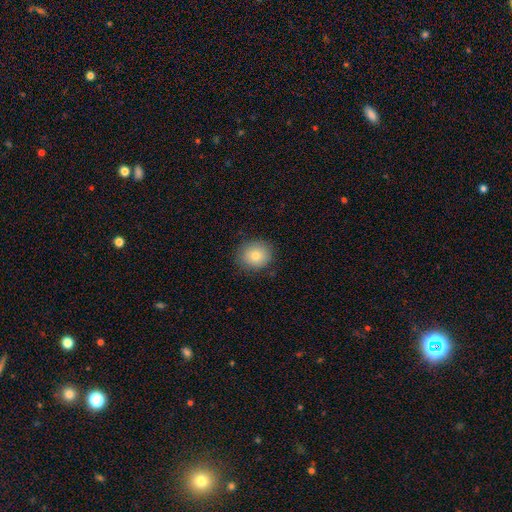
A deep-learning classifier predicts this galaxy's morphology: A smooth galaxy with no disk features (80%) that is round (82%). Merging: none (86%).